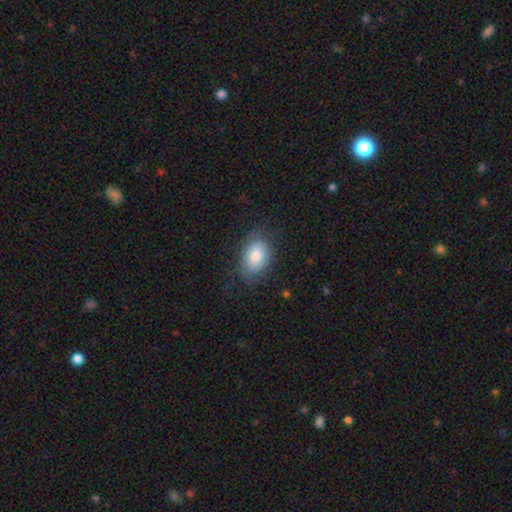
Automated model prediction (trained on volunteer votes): smooth_or_featured: smooth (p=0.78) [alt: featured or disk p=0.14]
how_rounded: in between (p=0.83) [alt: round p=0.15]
merging: none (p=0.74) [alt: minor disturbance p=0.19]